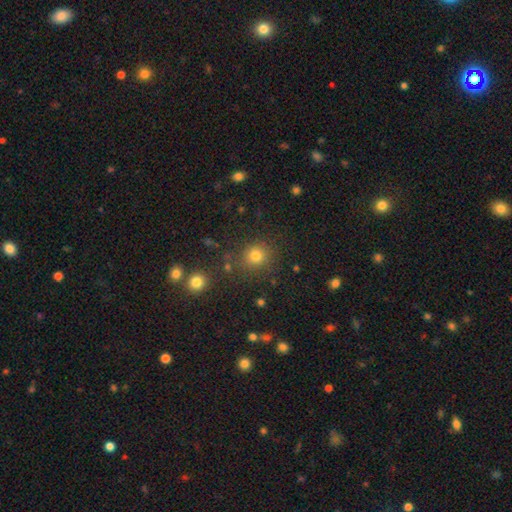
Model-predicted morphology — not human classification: This is likely a smooth galaxy (76%). How rounded: clearly round (85%). Merging: clearly none (80%).